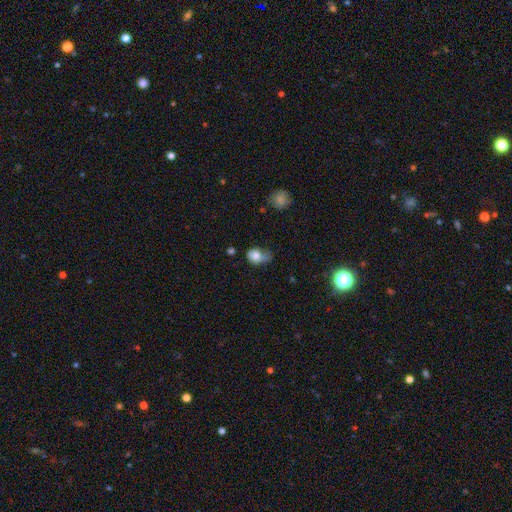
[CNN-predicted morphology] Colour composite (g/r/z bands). It shows a smooth galaxy with no disk features (74%) that is in between round and cigar-shaped (61%). Merging: minor disturbance (41%).